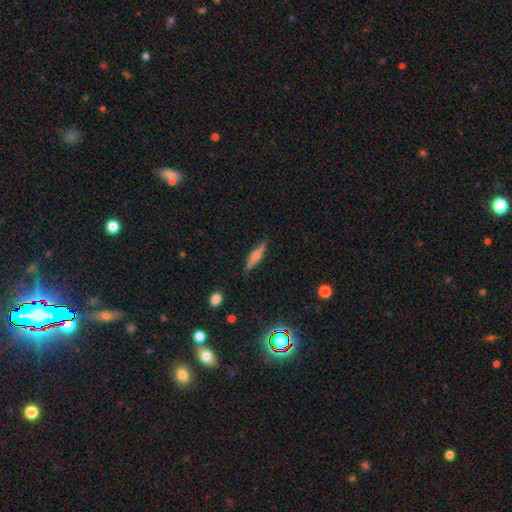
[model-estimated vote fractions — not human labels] Morphology: type=featured or disk (50%); merging=none (83%).